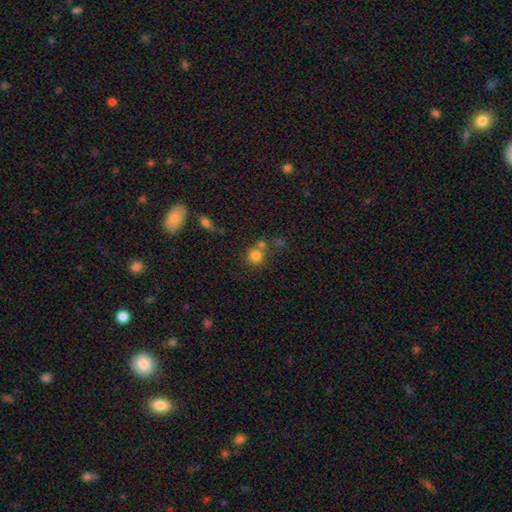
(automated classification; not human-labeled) Smooth or featured: smooth — 80% (star or artifact — 12%)
How rounded: round — 89% (in between — 10%)
Merging: none — 58% (merger — 27%)